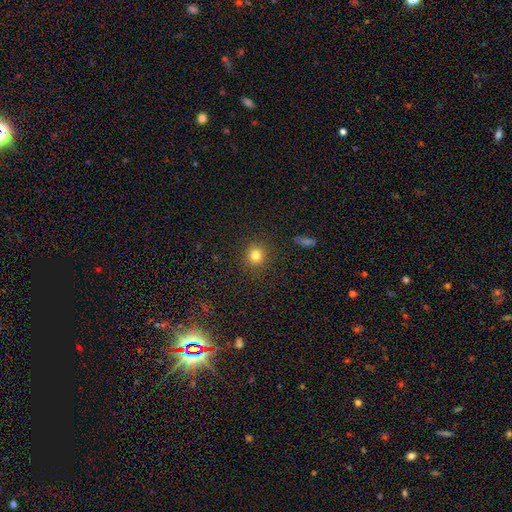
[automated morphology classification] Smooth or featured?
  - smooth: 80% *
  - star or artifact: 14%
  - featured or disk: 6%
How rounded?
  - round: 92% *
  - in between: 7%
  - cigar-shaped: 1%
Merging?
  - none: 90% *
  - minor disturbance: 7%
  - major disturbance: 2%
  - merger: 1%